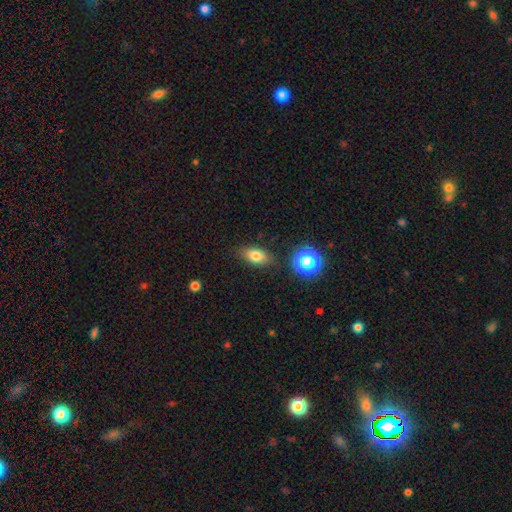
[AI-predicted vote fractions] Overall: smooth (76%). How rounded: in between (80%). Merging: none (82%).